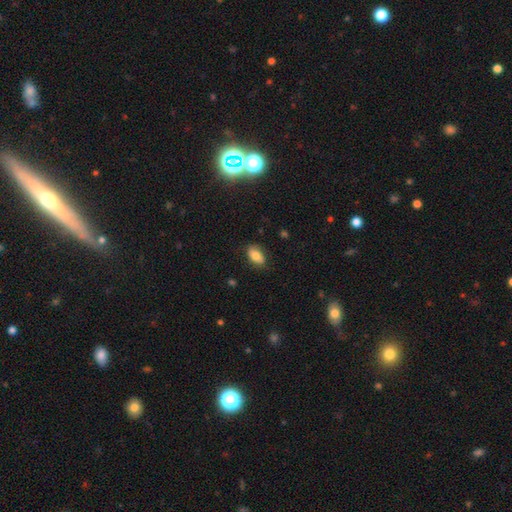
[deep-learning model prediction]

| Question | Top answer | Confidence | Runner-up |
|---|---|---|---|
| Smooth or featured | smooth | 79% | featured or disk (13%) |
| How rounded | in between | 90% | round (7%) |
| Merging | none | 78% | minor disturbance (17%) |